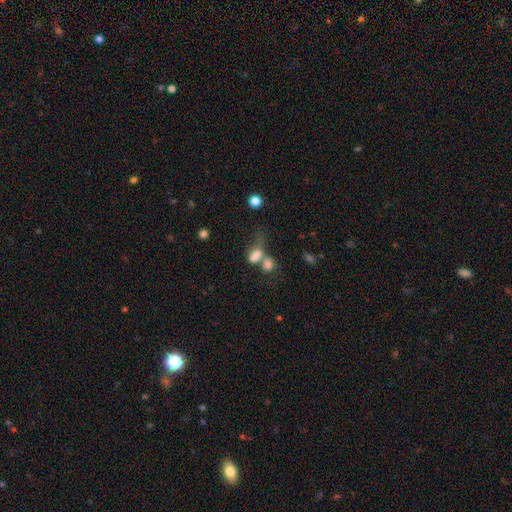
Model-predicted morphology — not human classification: Smooth or featured?
  - smooth: 73% *
  - featured or disk: 15%
  - star or artifact: 12%
How rounded?
  - in between: 77% *
  - round: 16%
  - cigar-shaped: 7%
Merging?
  - merger: 55% *
  - none: 18%
  - major disturbance: 16%
  - minor disturbance: 11%